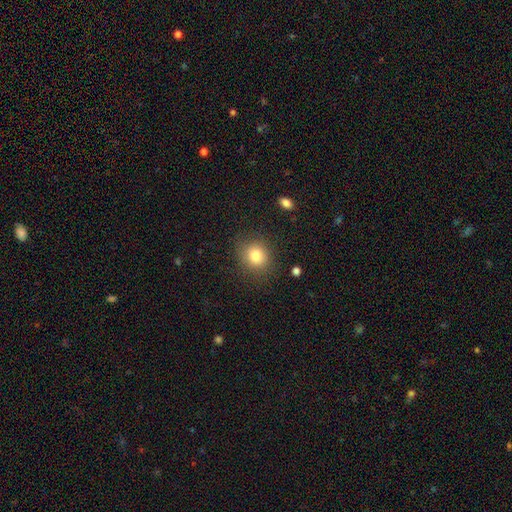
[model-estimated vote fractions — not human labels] Smooth or featured? Predicted: smooth (p=0.81). How rounded? Predicted: round (p=0.77). Merging? Predicted: none (p=0.84).